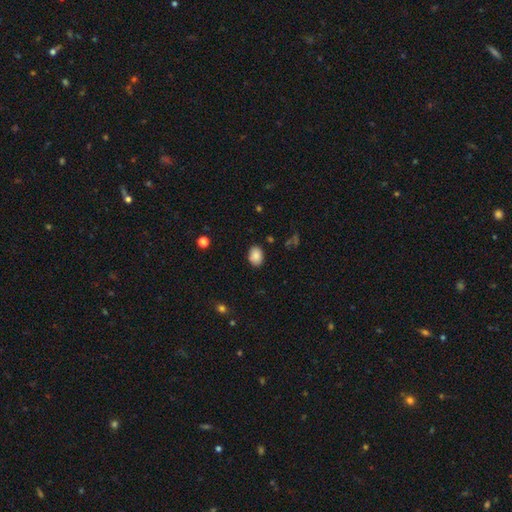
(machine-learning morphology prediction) Smooth or featured?
  - smooth: 87% *
  - star or artifact: 8%
  - featured or disk: 5%
How rounded?
  - in between: 74% *
  - round: 25%
  - cigar-shaped: 1%
Merging?
  - none: 86% *
  - minor disturbance: 10%
  - major disturbance: 3%
  - merger: 1%